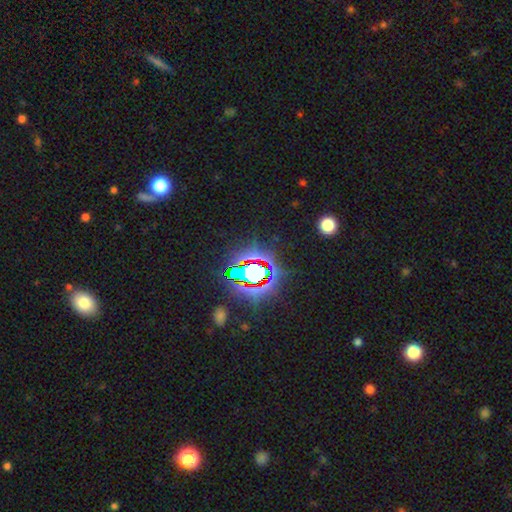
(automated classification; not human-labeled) The model was most divided on "smooth or featured": star or artifact: 80%, smooth: 11%, featured or disk: 8%.